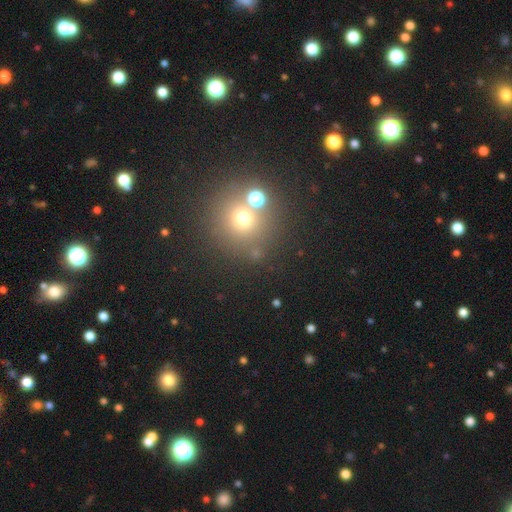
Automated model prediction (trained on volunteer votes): Morphology: type=smooth (48%); merging=none (70%).